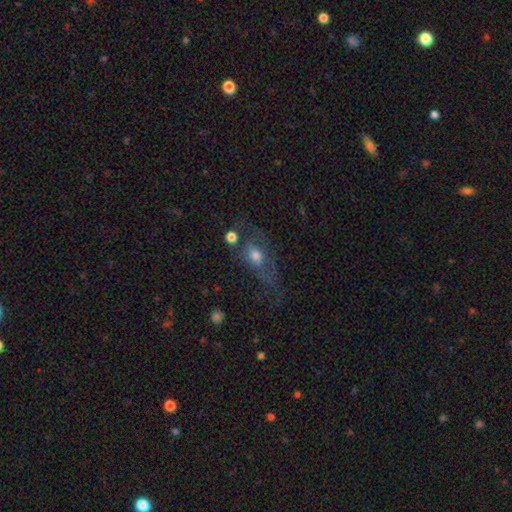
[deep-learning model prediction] Morphology: type=featured or disk (44%); merging=none (42%).